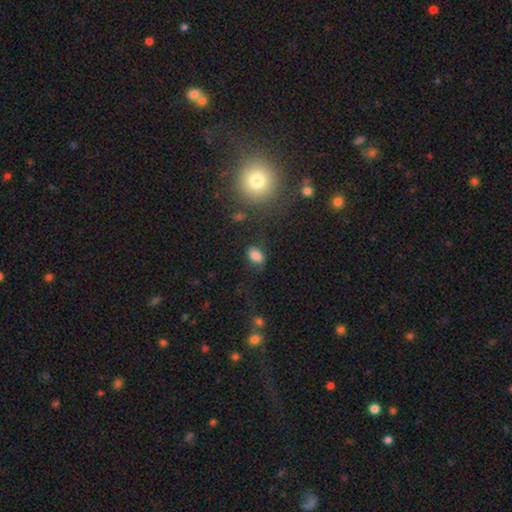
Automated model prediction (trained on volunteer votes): Smooth or featured? Predicted: smooth (p=0.81). How rounded? Predicted: in between (p=0.85). Merging? Predicted: none (p=0.68).